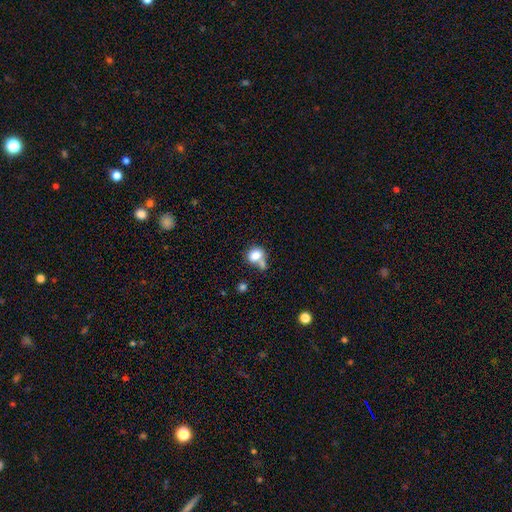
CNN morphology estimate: A smooth galaxy with no disk features (80%) that is round (58%).

Vote fractions:
- Smooth or featured? smooth: 80% / featured or disk: 10% / star or artifact: 10%
- How rounded? round: 58% / in between: 41% / cigar-shaped: 1%
- Merging? none: 40% / merger: 36% / minor disturbance: 16% / major disturbance: 8%